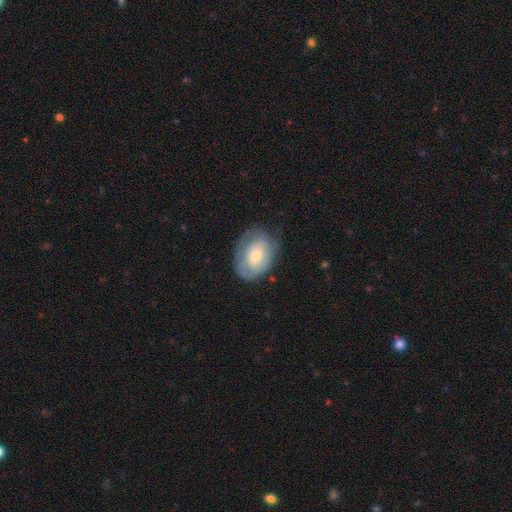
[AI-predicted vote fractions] Overall: smooth (49%; featured or disk 44%). Merging: none (63%; minor disturbance 26%).